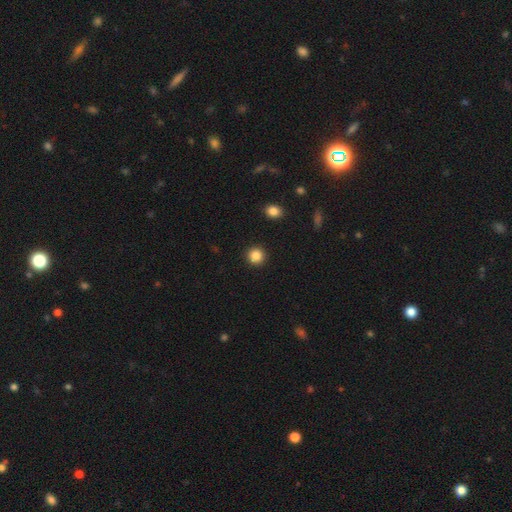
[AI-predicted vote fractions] Morphology: type=smooth (86%); roundness=round (94%); merging=none (92%).